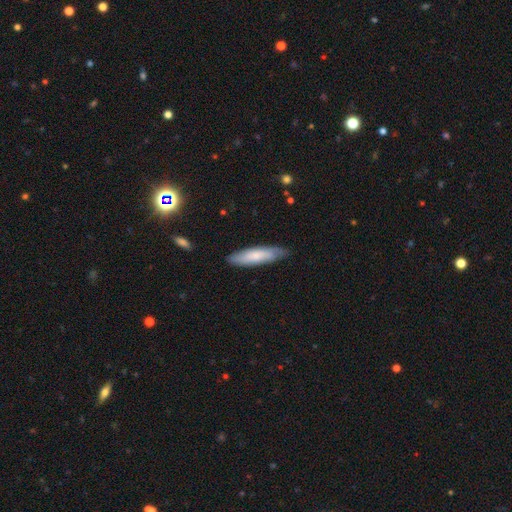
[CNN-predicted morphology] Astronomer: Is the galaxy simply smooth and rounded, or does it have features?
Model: smooth — 66%.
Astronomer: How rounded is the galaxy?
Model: cigar-shaped — 69%.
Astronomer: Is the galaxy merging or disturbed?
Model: none — 81%.